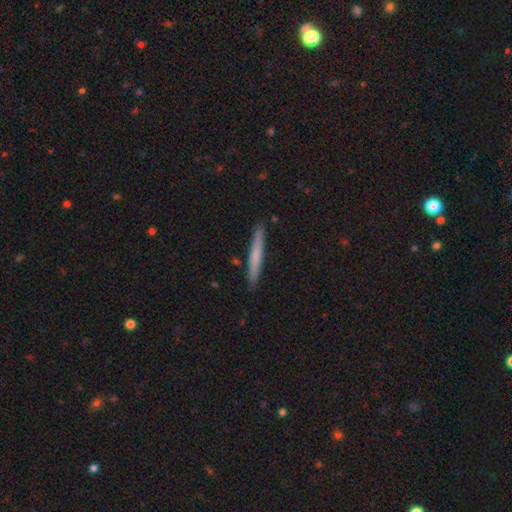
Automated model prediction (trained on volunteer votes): This appears to be a smooth galaxy with no disk features (63%) that is cigar-shaped (96%). Merging: none (90%).